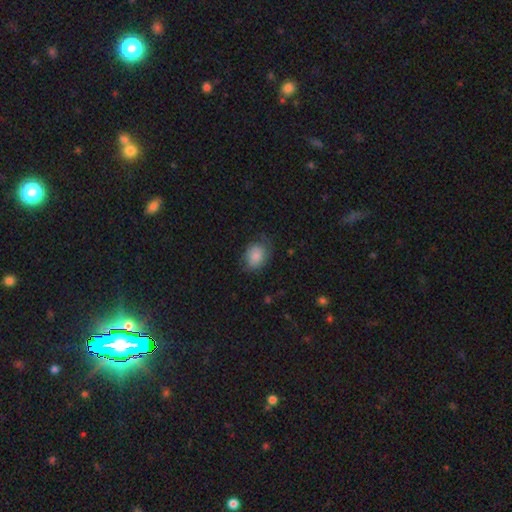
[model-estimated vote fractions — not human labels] smooth_or_featured: smooth (p=0.83) [alt: featured or disk p=0.10]
how_rounded: in between (p=0.57) [alt: round p=0.42]
merging: none (p=0.63) [alt: minor disturbance p=0.27]